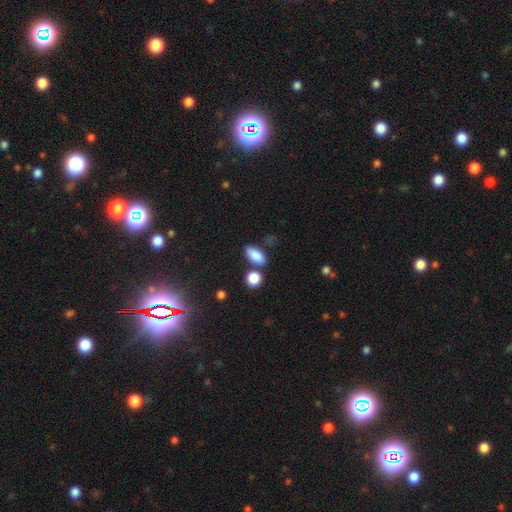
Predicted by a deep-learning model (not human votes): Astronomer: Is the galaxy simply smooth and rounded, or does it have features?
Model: smooth — 86%.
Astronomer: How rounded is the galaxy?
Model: in between — 86%.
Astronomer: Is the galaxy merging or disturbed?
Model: none — 72%.